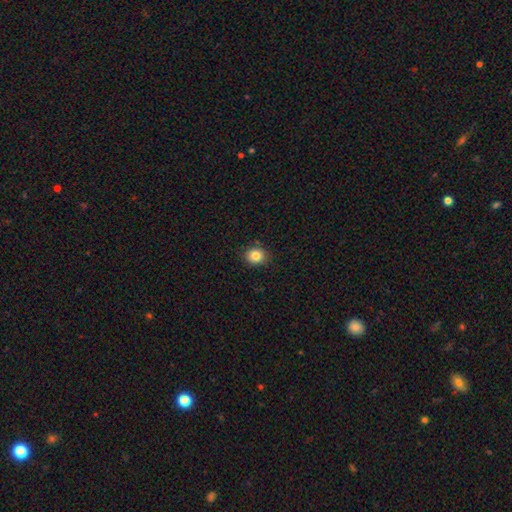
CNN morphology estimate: This appears to be a smooth galaxy with no disk features (84%) that is round (73%). Merging: none (86%).